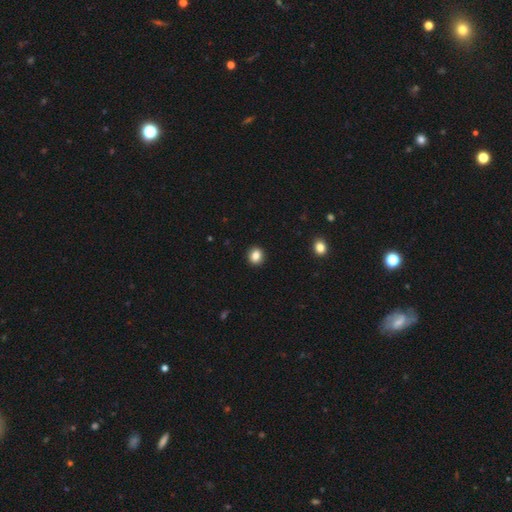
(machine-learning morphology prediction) smooth 85%, star or artifact 10%, featured or disk 5%. Down the decision tree: how rounded — round (75%); merging — none (92%).